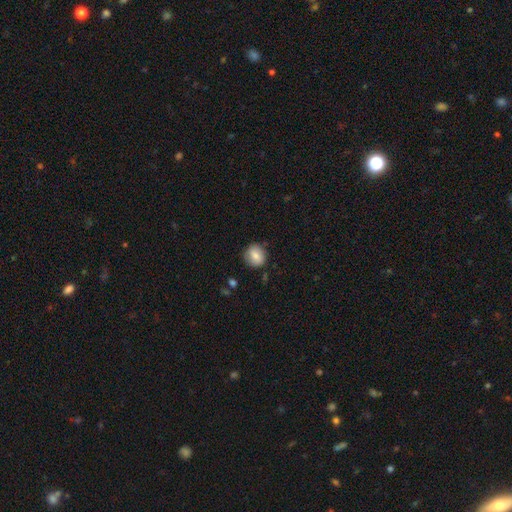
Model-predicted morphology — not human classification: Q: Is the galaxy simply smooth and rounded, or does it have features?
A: smooth — 79%.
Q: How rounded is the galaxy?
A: round — 84%.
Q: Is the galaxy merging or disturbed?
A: none — 83%.